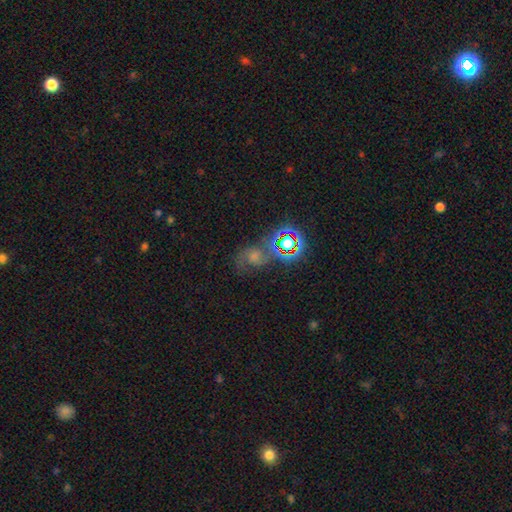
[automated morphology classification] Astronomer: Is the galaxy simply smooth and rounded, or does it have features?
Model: featured or disk — 39% (runner-up: star or artifact, 37%).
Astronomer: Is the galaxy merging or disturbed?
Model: none — 52%.